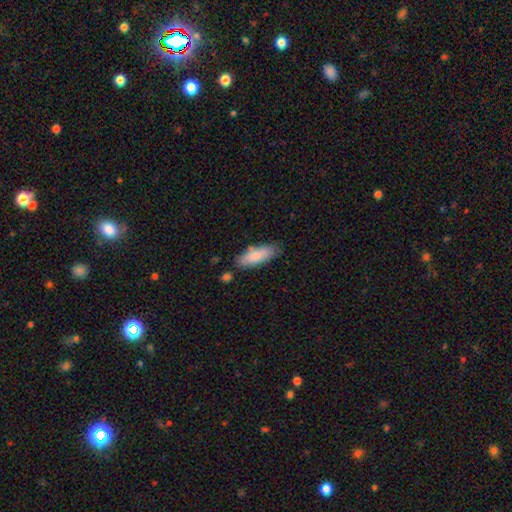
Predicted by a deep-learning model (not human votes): The model was most divided on "how rounded": in between: 64%, cigar-shaped: 34%, round: 2%. More confident: smooth or featured — smooth (84%); merging — none (76%).